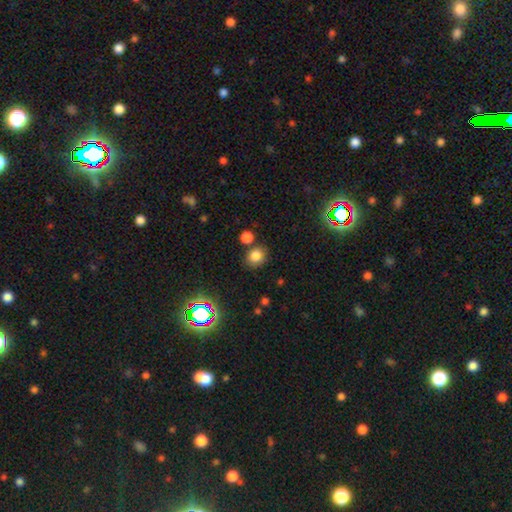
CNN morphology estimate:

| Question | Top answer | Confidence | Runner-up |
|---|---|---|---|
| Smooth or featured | smooth | 79% | star or artifact (15%) |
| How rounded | round | 73% | in between (26%) |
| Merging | none | 76% | minor disturbance (10%) |